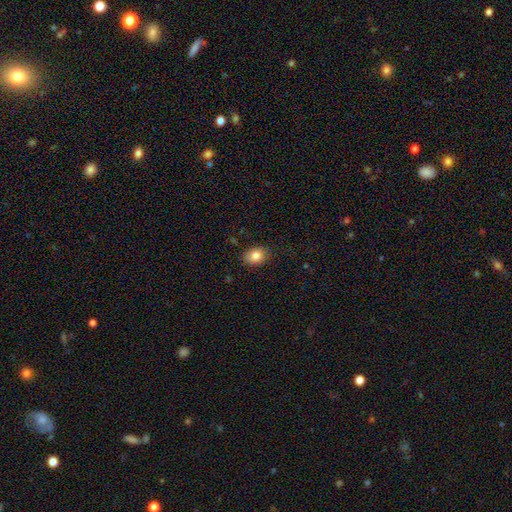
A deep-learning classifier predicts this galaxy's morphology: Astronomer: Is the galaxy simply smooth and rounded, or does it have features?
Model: smooth — 85%.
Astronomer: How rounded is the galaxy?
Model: in between — 64%.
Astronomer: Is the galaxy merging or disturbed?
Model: none — 85%.